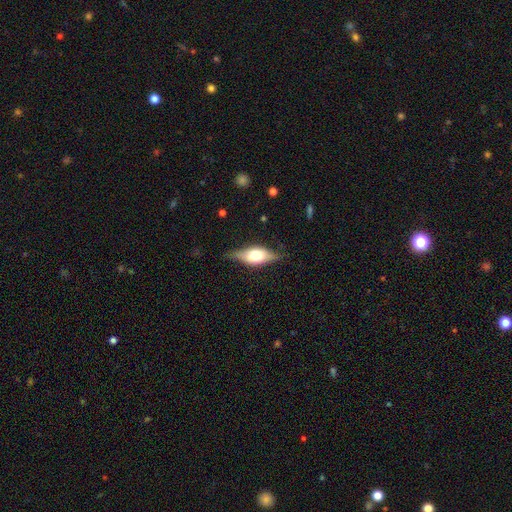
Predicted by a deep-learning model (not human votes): Smooth or featured? Predicted: featured or disk (p=0.56). Edge-on disk? Predicted: yes (p=0.89). Merging? Predicted: none (p=0.75).